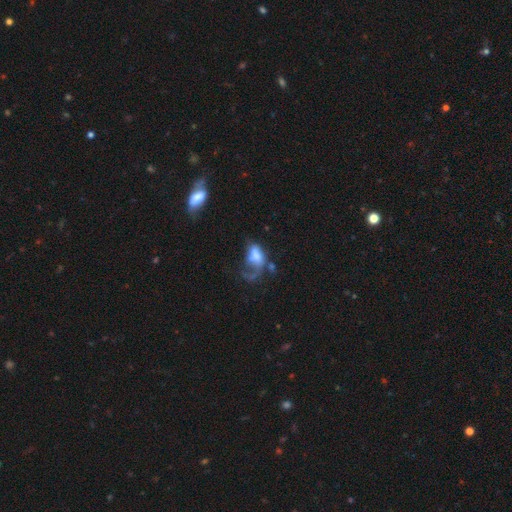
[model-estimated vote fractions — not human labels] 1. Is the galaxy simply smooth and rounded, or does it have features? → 49% smooth, 40% featured or disk, 11% star or artifact.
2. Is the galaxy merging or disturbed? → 52% major disturbance, 17% merger, 17% none, 14% minor disturbance.